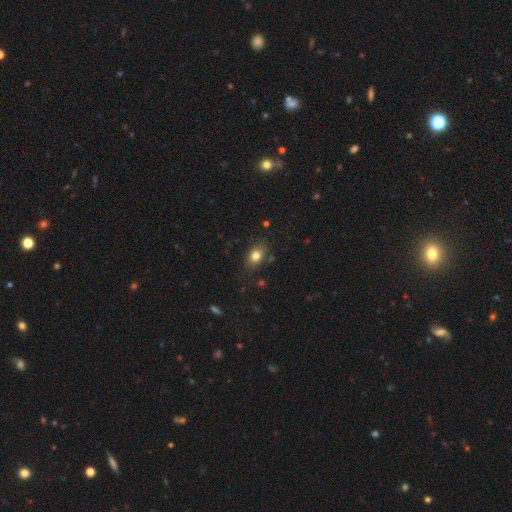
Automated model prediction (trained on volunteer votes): A smooth galaxy with no disk features (80%) that is in between round and cigar-shaped (74%).

Vote fractions:
- Smooth or featured? smooth: 80% / star or artifact: 10% / featured or disk: 9%
- How rounded? in between: 74% / round: 24% / cigar-shaped: 2%
- Merging? none: 82% / minor disturbance: 13% / major disturbance: 3% / merger: 2%